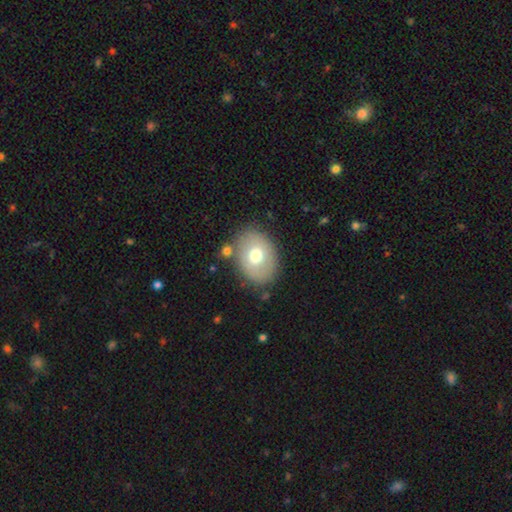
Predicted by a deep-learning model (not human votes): Overall: smooth (66%). How rounded: in between (69%; round 30%). Merging: none (77%).